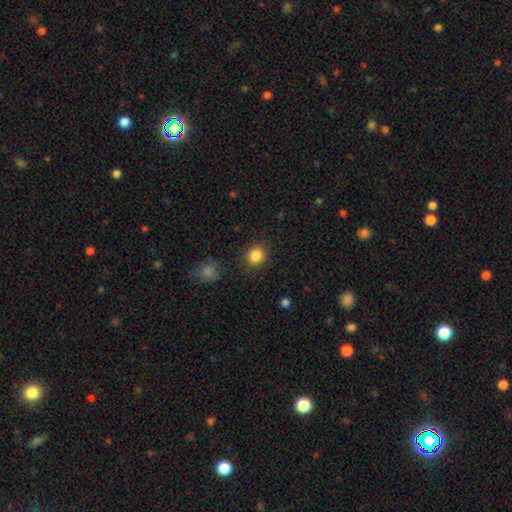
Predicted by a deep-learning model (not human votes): smooth 86%, star or artifact 10%, featured or disk 4%. Down the decision tree: how rounded — round (79%); merging — none (88%).